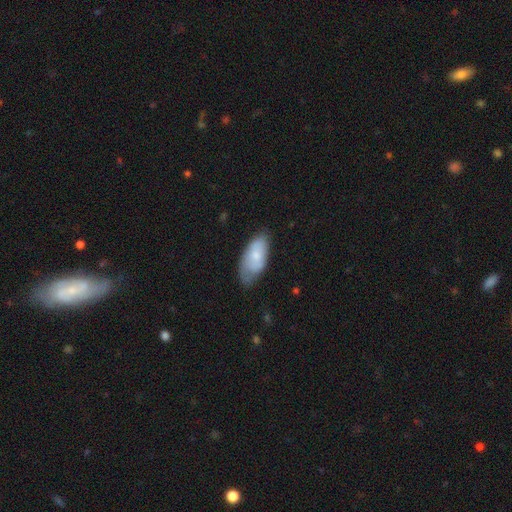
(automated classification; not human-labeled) Q: Smooth or featured?
A: smooth (67%); runner-up: featured or disk (27%)
Q: How rounded?
A: in between (90%); runner-up: cigar-shaped (7%)
Q: Merging?
A: none (55%); runner-up: minor disturbance (34%)